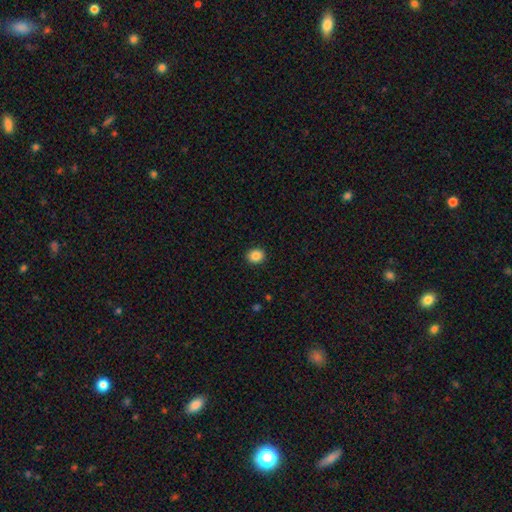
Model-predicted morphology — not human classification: Smooth or featured?
  - smooth: 87% *
  - star or artifact: 10%
  - featured or disk: 4%
How rounded?
  - round: 77% *
  - in between: 23%
  - cigar-shaped: 1%
Merging?
  - none: 92% *
  - minor disturbance: 6%
  - major disturbance: 2%
  - merger: 1%